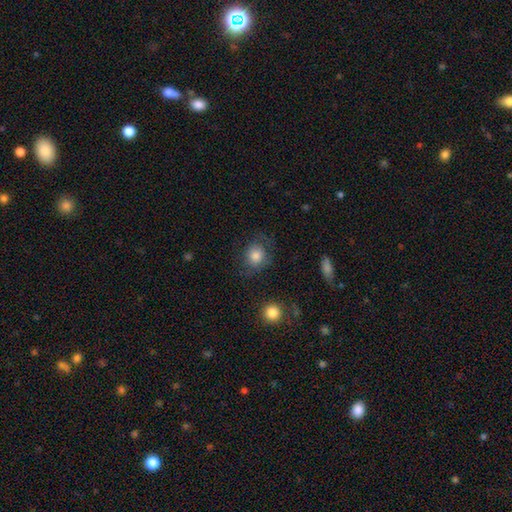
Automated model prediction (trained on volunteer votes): A smooth galaxy with no disk features (80%) that is round (75%).

Vote fractions:
- Smooth or featured? smooth: 80% / featured or disk: 11% / star or artifact: 9%
- How rounded? round: 75% / in between: 24% / cigar-shaped: 1%
- Merging? none: 67% / minor disturbance: 20% / major disturbance: 11% / merger: 2%